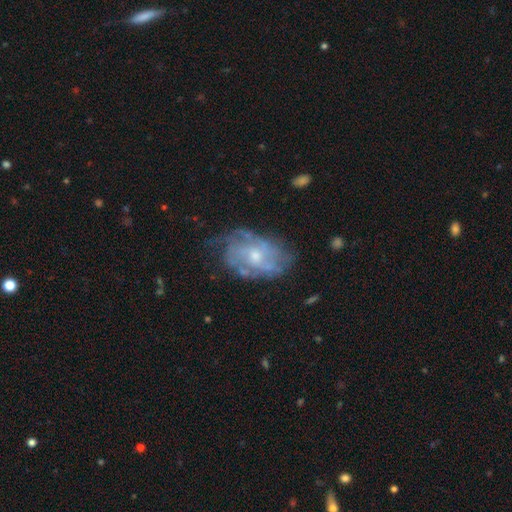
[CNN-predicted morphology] smooth-or-featured: featured or disk: 74% | smooth: 19% | star or artifact: 7%
  disk-edge-on: no: 96% | yes: 4%
    bar: no: 72% | weak: 25% | strong: 3%
    has-spiral-arms: yes: 75% | no: 25%
      spiral-winding: tight: 47% | medium: 37% | loose: 16%
      spiral-arm-count: can't tell: 51% | 2: 18% | 3: 14% | 4: 9% | 1: 4% | more than 4: 4%
    bulge-size: moderate: 53% | small: 41% | large: 3% | none: 3% | dominant: 1%
  merging: none: 60% | minor disturbance: 25% | major disturbance: 13% | merger: 2%